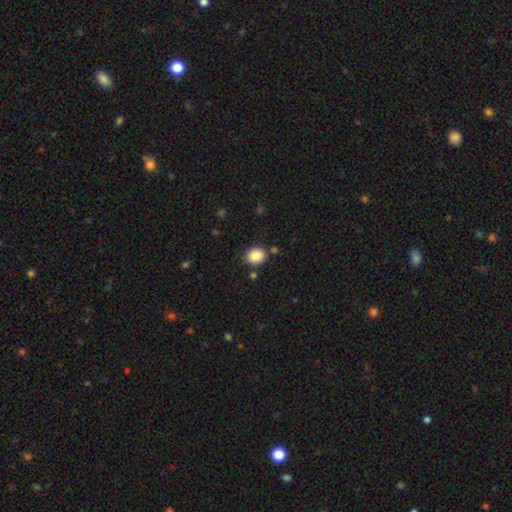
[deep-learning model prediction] Smooth or featured? smooth (86%)
How rounded? round (64%)
Merging? none (84%)